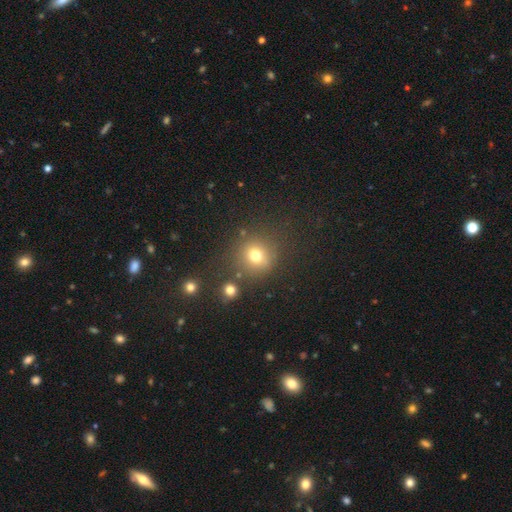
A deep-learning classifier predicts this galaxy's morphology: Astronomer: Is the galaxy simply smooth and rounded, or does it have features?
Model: smooth — 73%.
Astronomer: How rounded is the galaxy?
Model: round — 85%.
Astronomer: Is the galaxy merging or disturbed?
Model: none — 78%.